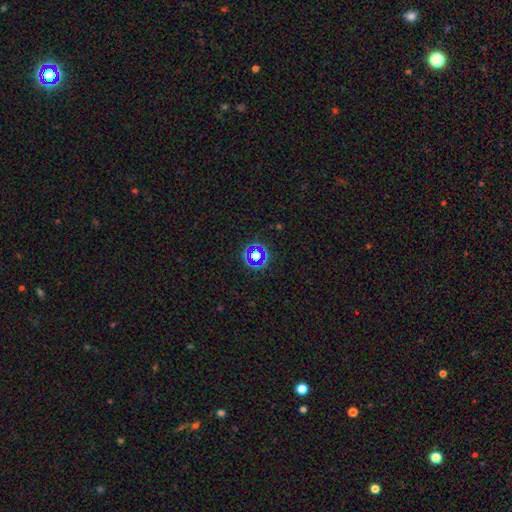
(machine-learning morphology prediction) star or artifact 61%, smooth 28%, featured or disk 11%.